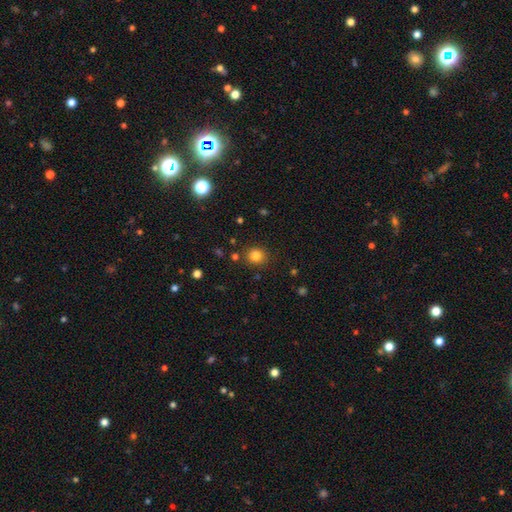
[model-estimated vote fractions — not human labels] This is clearly a smooth galaxy (82%). How rounded: clearly round (86%). Merging: clearly none (85%).